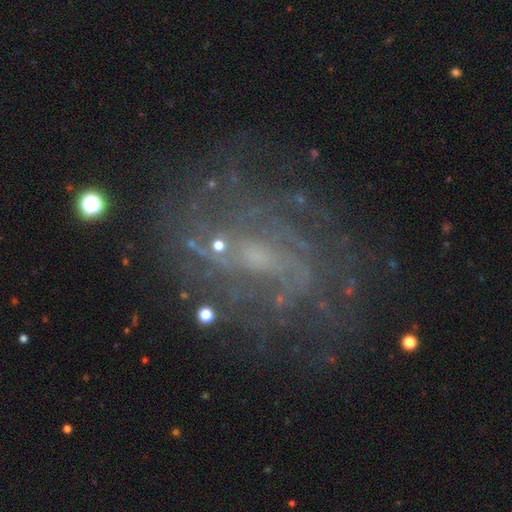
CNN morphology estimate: This is likely a featured or disk galaxy (75%). It is clearly not viewed edge-on (97%). Bar: possibly weak (50%). Spiral arm pattern: clearly yes (81%). Spiral arm count: possibly can't tell (49%). Spiral winding: possibly tight (45%). Central bulge: likely small (63%). Merging: likely none (69%).